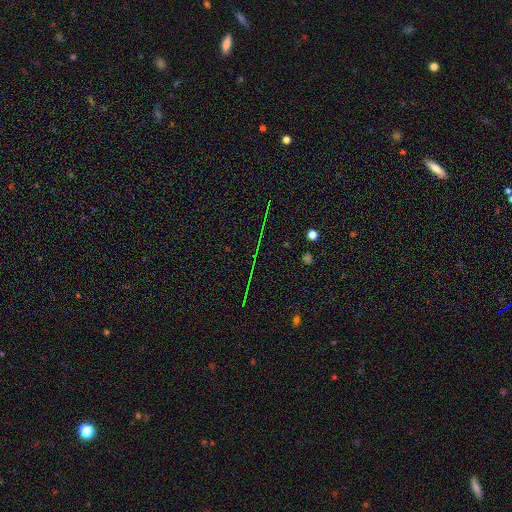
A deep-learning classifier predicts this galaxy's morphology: Overall: star or artifact (75%).